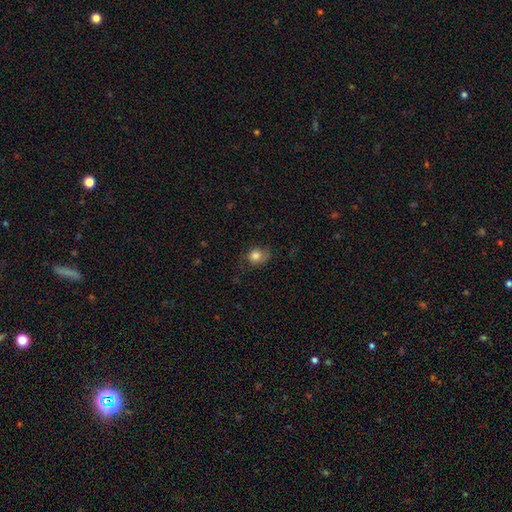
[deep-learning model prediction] smooth_or_featured: smooth (p=0.81) [alt: featured or disk p=0.09]
how_rounded: round (p=0.60) [alt: in between p=0.39]
merging: none (p=0.62) [alt: minor disturbance p=0.26]